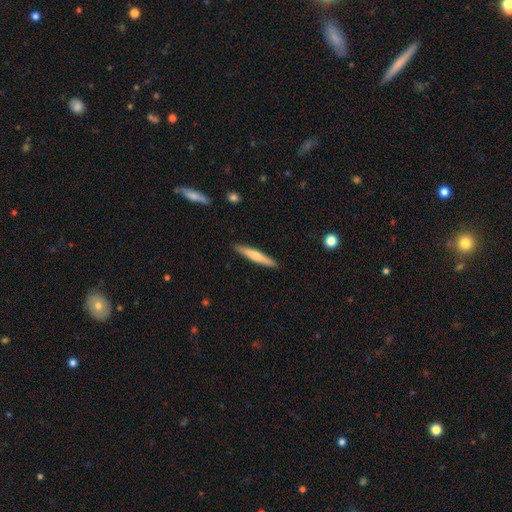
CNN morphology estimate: Q: Smooth or featured?
A: smooth (58%); runner-up: featured or disk (37%)
Q: How rounded?
A: cigar-shaped (94%); runner-up: in between (5%)
Q: Merging?
A: none (91%); runner-up: minor disturbance (7%)